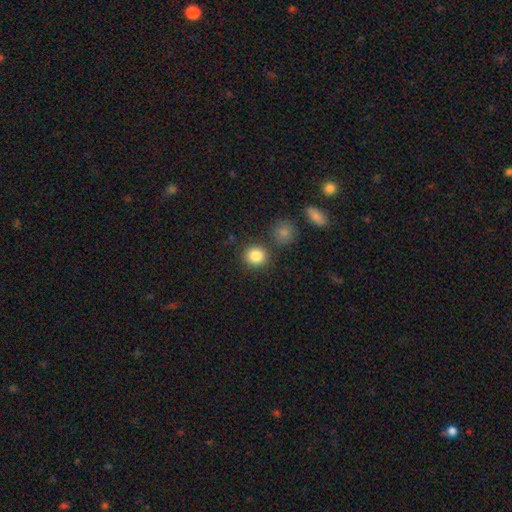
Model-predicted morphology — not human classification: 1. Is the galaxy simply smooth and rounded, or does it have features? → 85% smooth, 10% star or artifact, 5% featured or disk.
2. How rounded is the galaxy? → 87% round, 12% in between, 1% cigar-shaped.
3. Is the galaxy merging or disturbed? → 82% none, 8% minor disturbance, 7% merger, 3% major disturbance.